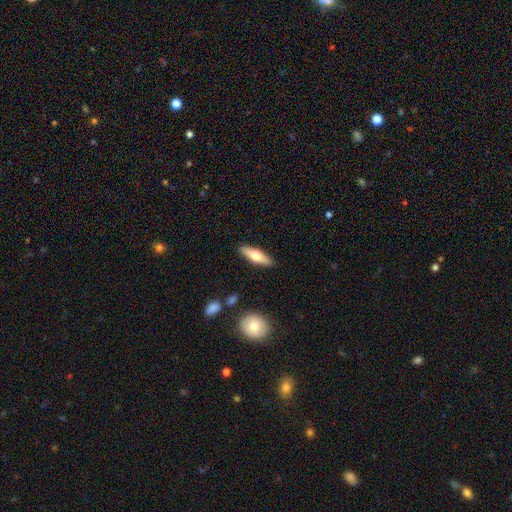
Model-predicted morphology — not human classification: The model was most divided on "smooth or featured": smooth: 56%, featured or disk: 38%, star or artifact: 6%. More confident: merging — none (88%); how rounded — cigar-shaped (61%).